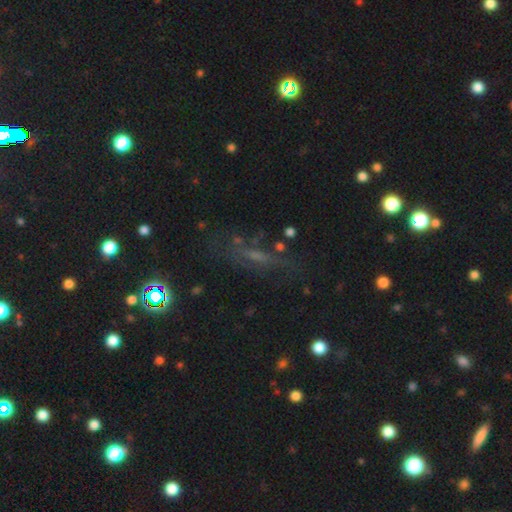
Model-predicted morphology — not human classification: Smooth or featured?
  - featured or disk: 37% *
  - smooth: 33%
  - star or artifact: 30%
Merging?
  - none: 57% *
  - minor disturbance: 20%
  - major disturbance: 18%
  - merger: 5%